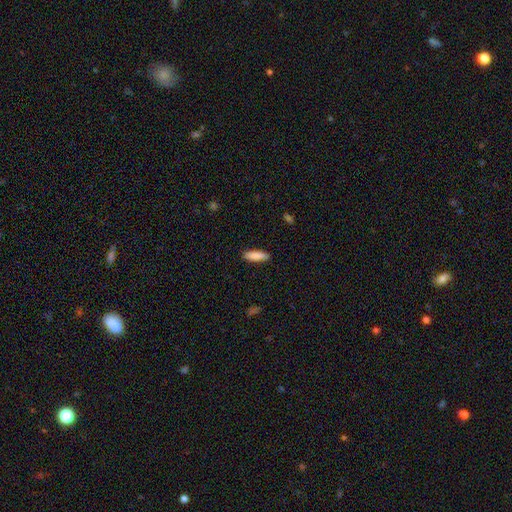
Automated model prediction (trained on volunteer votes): Smooth or featured? Predicted: smooth (p=0.88). How rounded? Predicted: cigar-shaped (p=0.54). Merging? Predicted: none (p=0.89).